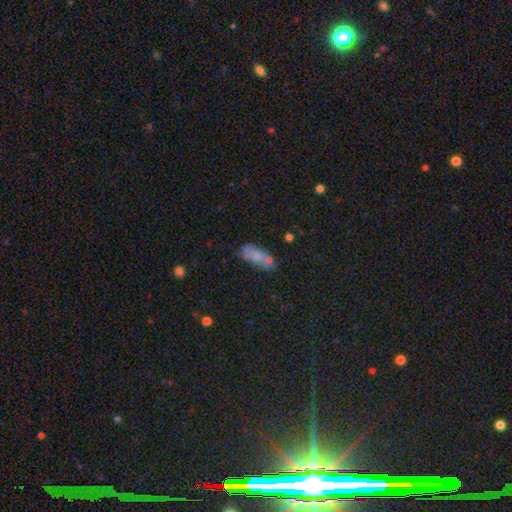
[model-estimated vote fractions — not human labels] A smooth galaxy with no disk features (68%) that is in between round and cigar-shaped (79%).

Vote fractions:
- Smooth or featured? smooth: 68% / featured or disk: 22% / star or artifact: 9%
- How rounded? in between: 79% / cigar-shaped: 17% / round: 4%
- Merging? none: 55% / minor disturbance: 21% / merger: 17% / major disturbance: 8%